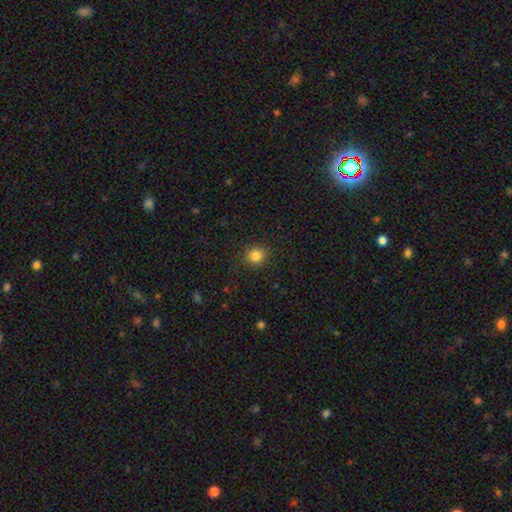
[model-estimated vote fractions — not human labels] Smooth or featured? Predicted: smooth (p=0.84). How rounded? Predicted: round (p=0.84). Merging? Predicted: none (p=0.90).